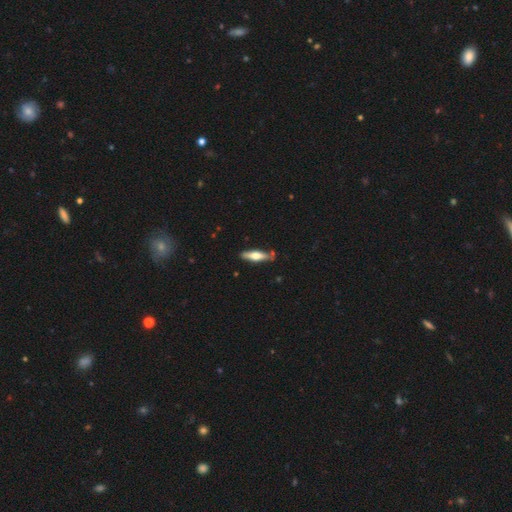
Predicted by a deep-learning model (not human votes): Smooth or featured?
  - featured or disk: 49% *
  - smooth: 46%
  - star or artifact: 5%
Merging?
  - none: 80% *
  - minor disturbance: 14%
  - merger: 4%
  - major disturbance: 3%